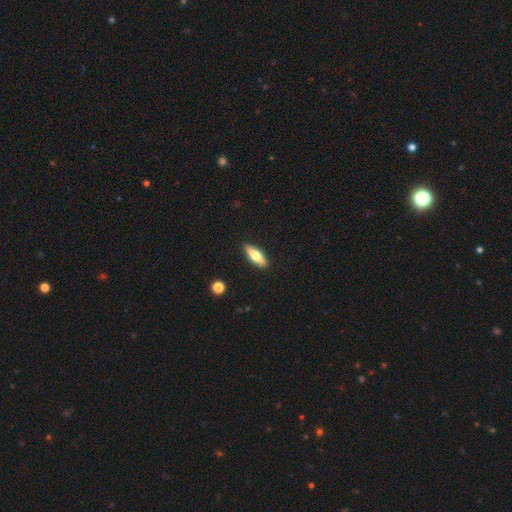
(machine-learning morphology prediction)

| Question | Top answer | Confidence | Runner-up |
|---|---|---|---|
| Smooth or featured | smooth | 60% | featured or disk (34%) |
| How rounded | in between | 49% | cigar-shaped (48%) |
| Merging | none | 89% | minor disturbance (8%) |